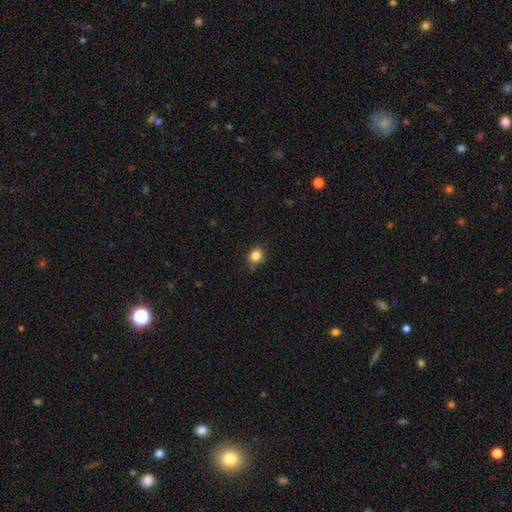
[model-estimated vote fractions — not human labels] Smooth or featured: smooth — 84% (star or artifact — 11%)
How rounded: round — 64% (in between — 35%)
Merging: none — 76% (minor disturbance — 17%)